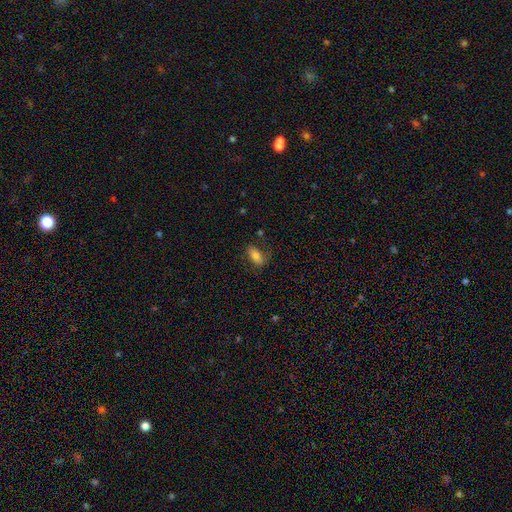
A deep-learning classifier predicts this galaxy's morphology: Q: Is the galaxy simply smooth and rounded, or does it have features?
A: smooth — 78%.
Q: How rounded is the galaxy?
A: in between — 87%.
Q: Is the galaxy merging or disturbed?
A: none — 71%.